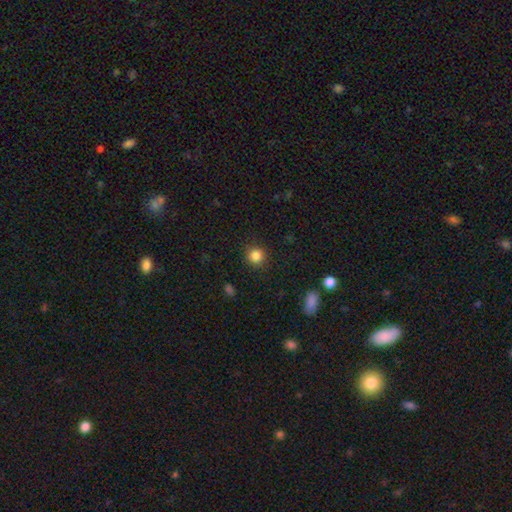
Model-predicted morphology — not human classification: smooth-or-featured: smooth: 84% | star or artifact: 12% | featured or disk: 4%
  how-rounded: round: 92% | in between: 7% | cigar-shaped: 1%
  merging: none: 90% | minor disturbance: 7% | major disturbance: 2% | merger: 1%